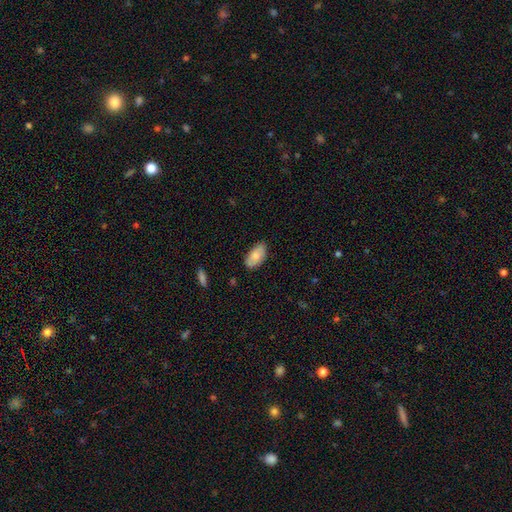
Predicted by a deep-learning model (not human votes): Smooth or featured? smooth (77%)
How rounded? in between (94%)
Merging? none (73%)